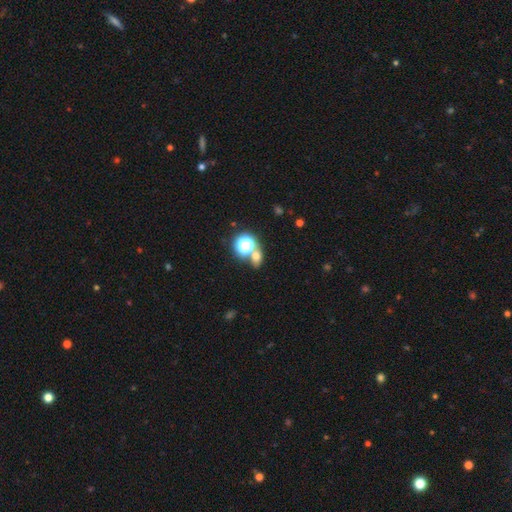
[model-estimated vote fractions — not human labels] Q: Smooth or featured?
A: smooth (59%); runner-up: star or artifact (30%)
Q: How rounded?
A: round (50%); runner-up: in between (47%)
Q: Merging?
A: none (59%); runner-up: merger (28%)